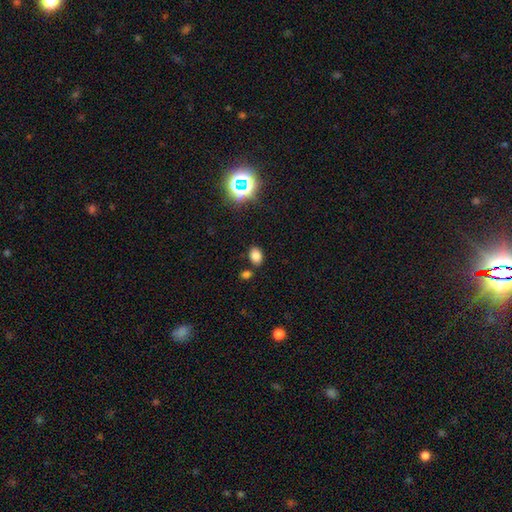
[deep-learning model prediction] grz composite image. It shows a smooth galaxy with no disk features (79%) that is in between round and cigar-shaped (78%). Merging: none (78%).